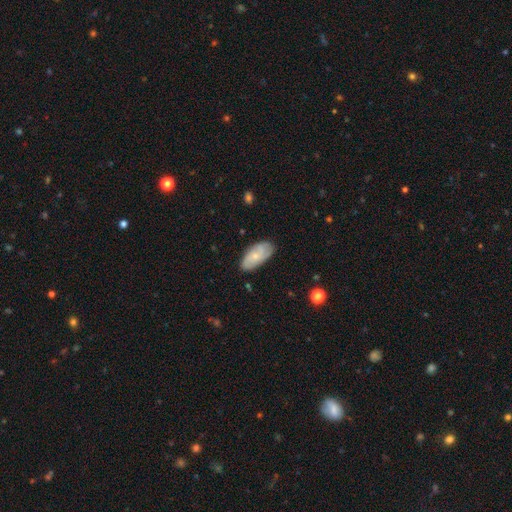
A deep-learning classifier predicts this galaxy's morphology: Smooth or featured: smooth — 51% (featured or disk — 43%)
How rounded: in between — 91% (cigar-shaped — 6%)
Merging: none — 77% (minor disturbance — 18%)